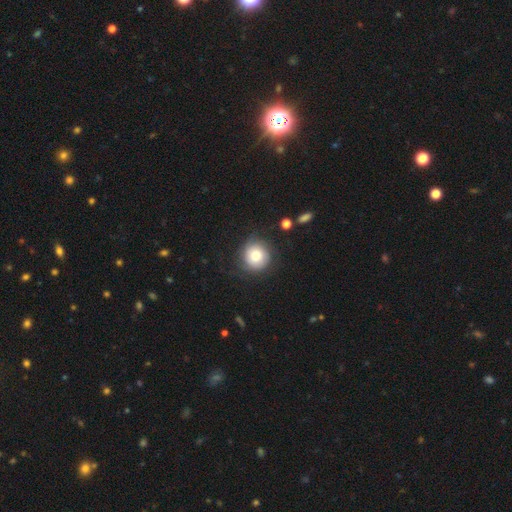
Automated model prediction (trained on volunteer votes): smooth_or_featured: smooth (p=0.64) [alt: featured or disk p=0.27]
how_rounded: round (p=0.92) [alt: in between p=0.07]
merging: none (p=0.74) [alt: minor disturbance p=0.16]